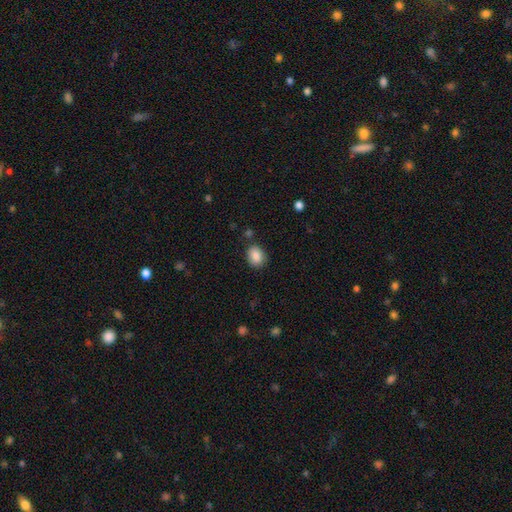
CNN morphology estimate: smooth_or_featured: smooth (p=0.87) [alt: star or artifact p=0.08]
how_rounded: in between (p=0.64) [alt: round p=0.35]
merging: none (p=0.79) [alt: minor disturbance p=0.14]